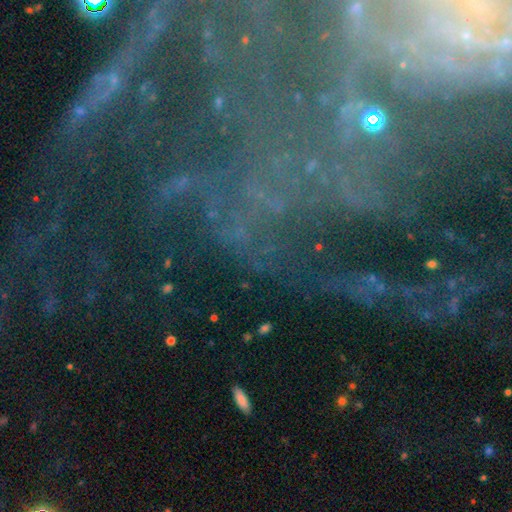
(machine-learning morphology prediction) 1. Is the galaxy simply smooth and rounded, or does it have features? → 63% star or artifact, 26% featured or disk, 11% smooth.